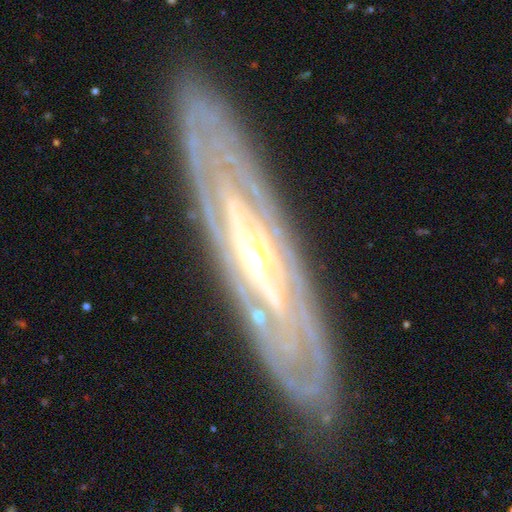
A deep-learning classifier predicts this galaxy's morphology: Smooth or featured? featured or disk (86%)
Edge-on disk? no (59%)
Bar? no (56%)
Spiral arms? yes (74%)
Bulge size? moderate (60%)
Merging? none (83%)